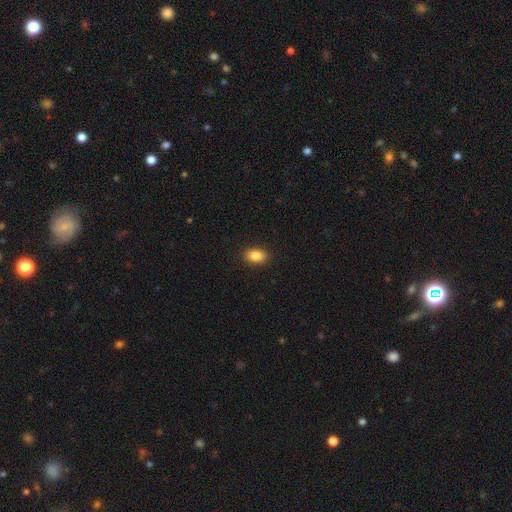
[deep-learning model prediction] smooth-or-featured: smooth: 87% | star or artifact: 8% | featured or disk: 5%
  how-rounded: in between: 85% | round: 14% | cigar-shaped: 2%
  merging: none: 90% | minor disturbance: 7% | major disturbance: 2% | merger: 1%